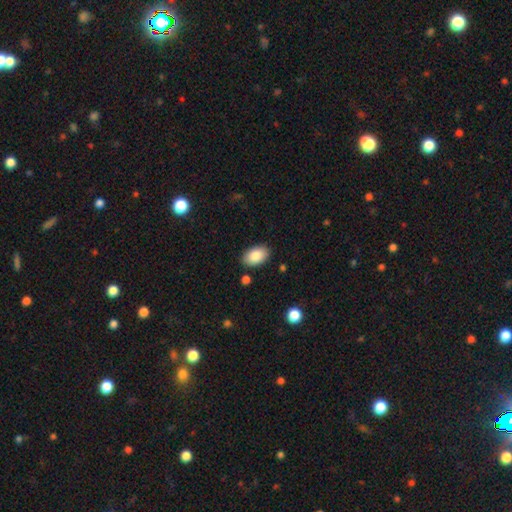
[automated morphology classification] This is clearly a smooth galaxy (86%). How rounded: clearly in between (92%). Merging: clearly none (87%).